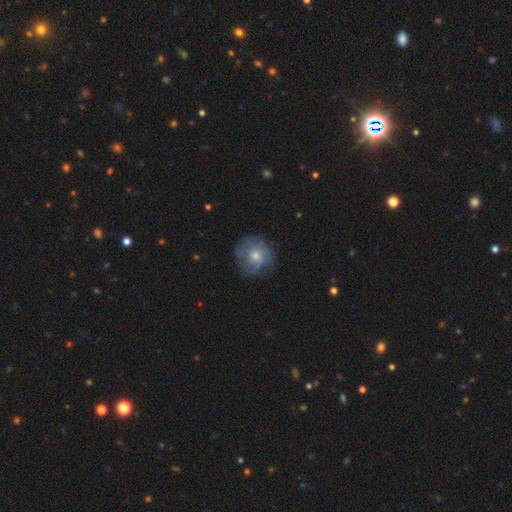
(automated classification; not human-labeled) Smooth or featured? Predicted: featured or disk (p=0.49). Merging? Predicted: none (p=0.73).